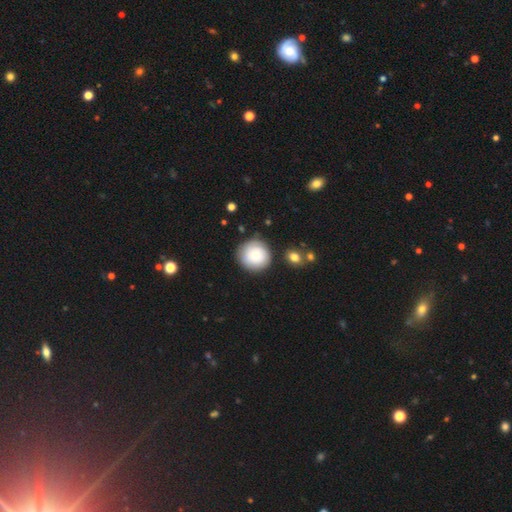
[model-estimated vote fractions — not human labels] This is likely a smooth galaxy (74%). How rounded: clearly round (94%). Merging: clearly none (81%).